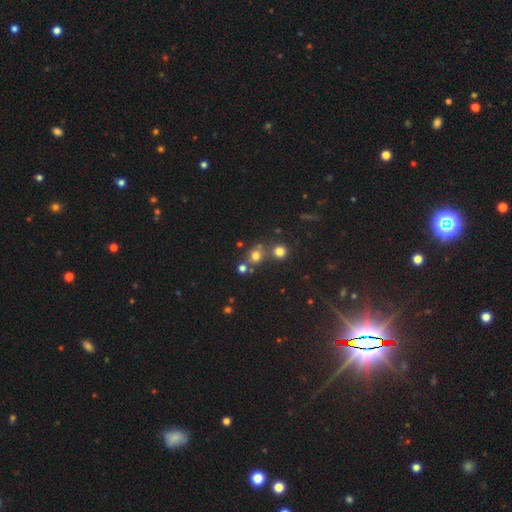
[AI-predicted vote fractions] This appears to be a smooth galaxy with no disk features (67%) that is round (81%). Merging: none (62%).